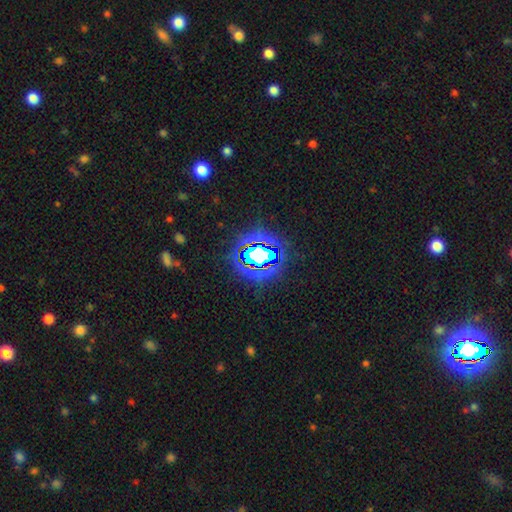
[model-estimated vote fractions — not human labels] Smooth or featured? Predicted: star or artifact (p=0.72).